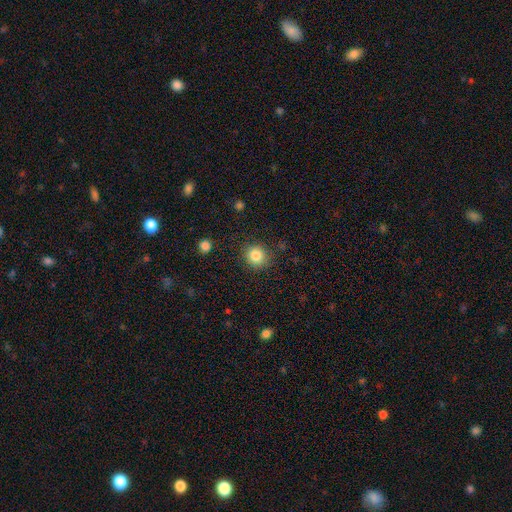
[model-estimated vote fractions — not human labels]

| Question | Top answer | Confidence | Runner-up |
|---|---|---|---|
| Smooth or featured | smooth | 84% | star or artifact (11%) |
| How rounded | round | 89% | in between (10%) |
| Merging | none | 87% | minor disturbance (9%) |